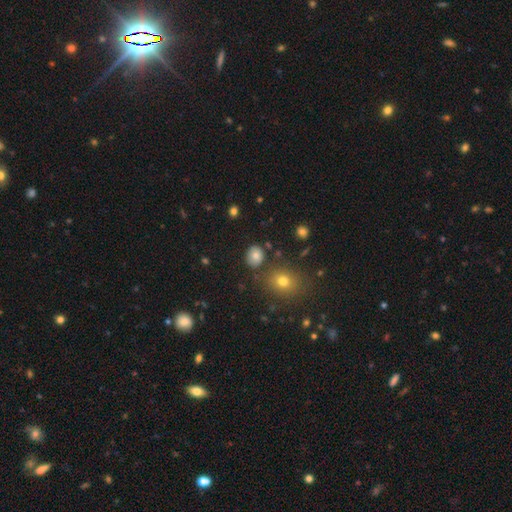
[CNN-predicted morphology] Smooth or featured?
  - smooth: 79% *
  - star or artifact: 12%
  - featured or disk: 8%
How rounded?
  - round: 62% *
  - in between: 37%
  - cigar-shaped: 1%
Merging?
  - none: 81% *
  - minor disturbance: 12%
  - merger: 4%
  - major disturbance: 3%